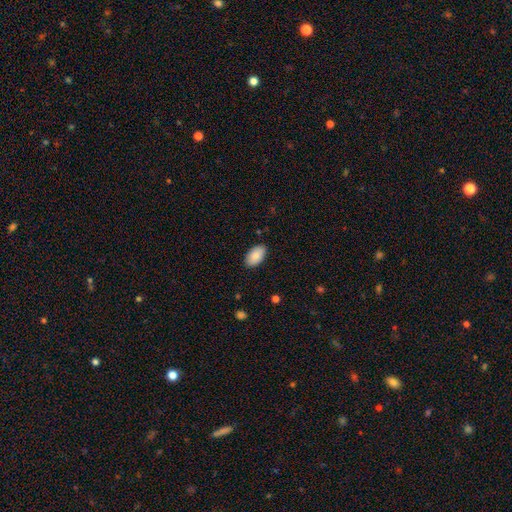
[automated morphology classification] The model was most divided on "smooth or featured": smooth: 85%, featured or disk: 9%, star or artifact: 6%. More confident: how rounded — in between (94%); merging — none (86%).